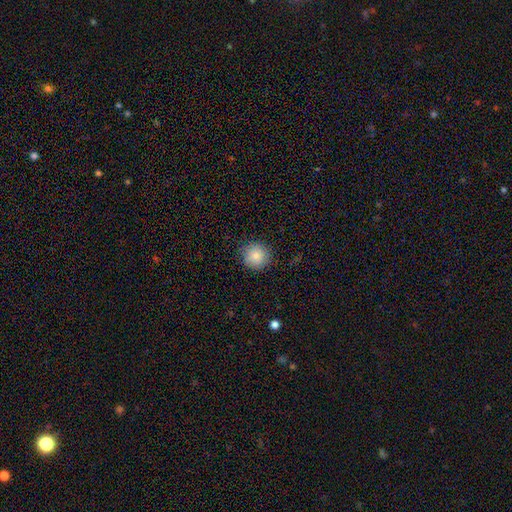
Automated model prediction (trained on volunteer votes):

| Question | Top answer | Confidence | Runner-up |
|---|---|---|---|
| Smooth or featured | smooth | 84% | star or artifact (9%) |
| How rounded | round | 93% | in between (6%) |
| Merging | none | 87% | minor disturbance (10%) |